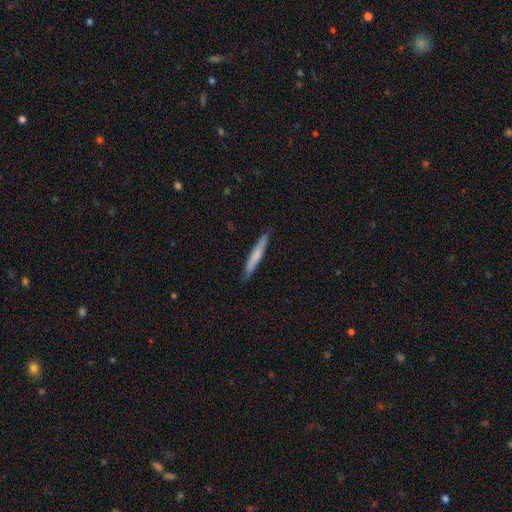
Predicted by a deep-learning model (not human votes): Q: Smooth or featured?
A: smooth (64%); runner-up: featured or disk (31%)
Q: How rounded?
A: cigar-shaped (96%); runner-up: in between (3%)
Q: Merging?
A: none (88%); runner-up: minor disturbance (10%)